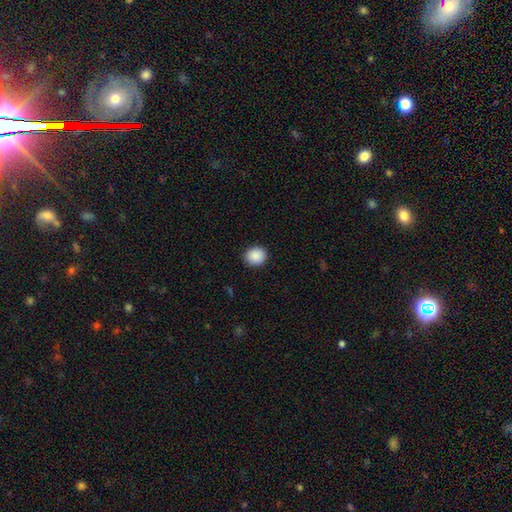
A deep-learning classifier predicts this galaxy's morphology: Smooth or featured: smooth — 90% (star or artifact — 8%)
How rounded: round — 74% (in between — 25%)
Merging: none — 90% (minor disturbance — 7%)